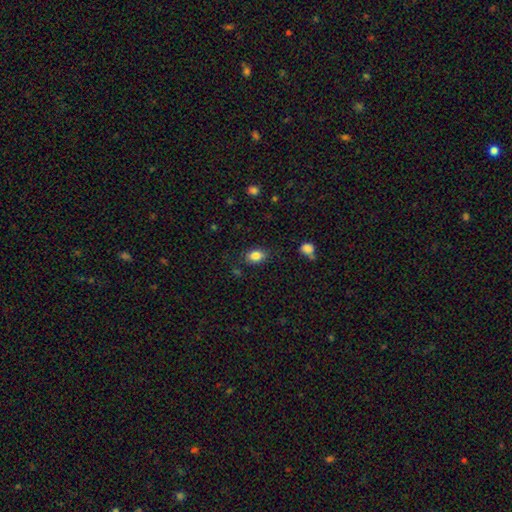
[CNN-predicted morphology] This appears to be a smooth galaxy with no disk features (84%) that is in between round and cigar-shaped (77%). Merging: none (81%).